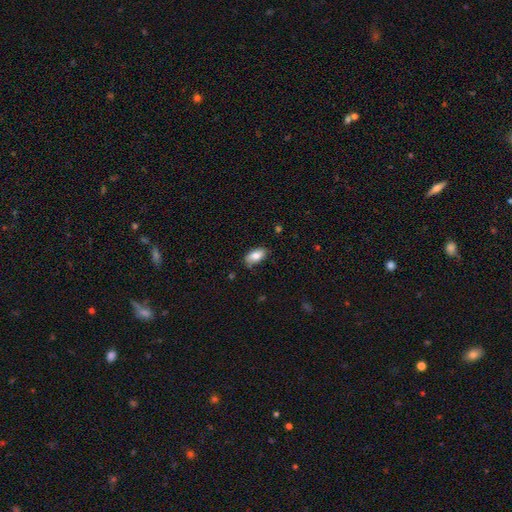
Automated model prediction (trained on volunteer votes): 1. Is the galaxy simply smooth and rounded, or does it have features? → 82% smooth, 12% featured or disk, 7% star or artifact.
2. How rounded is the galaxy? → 92% in between, 4% cigar-shaped, 3% round.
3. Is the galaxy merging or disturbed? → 75% none, 20% minor disturbance, 3% major disturbance, 1% merger.